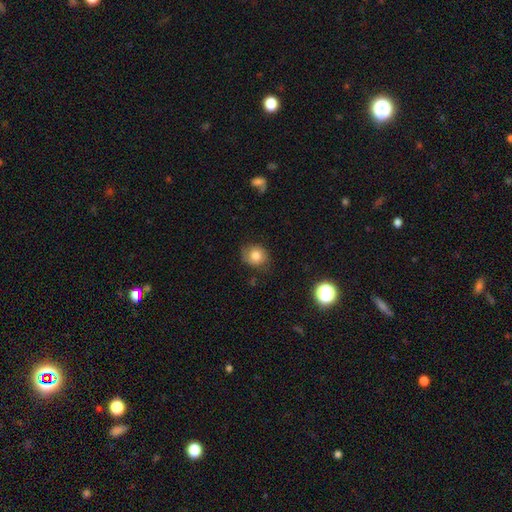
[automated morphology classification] Smooth or featured? smooth (81%)
How rounded? round (75%)
Merging? none (74%)